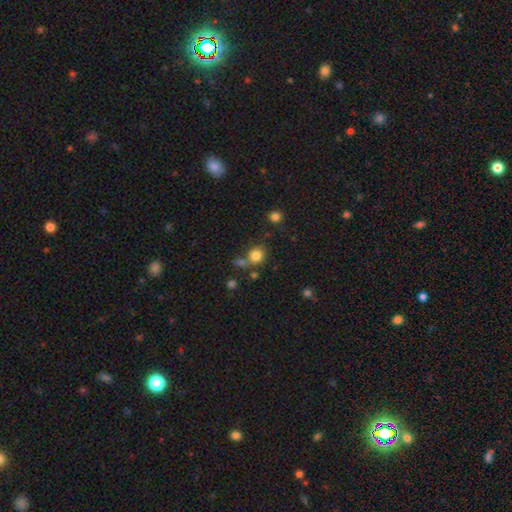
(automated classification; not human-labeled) Smooth or featured? smooth (81%)
How rounded? round (83%)
Merging? none (65%)